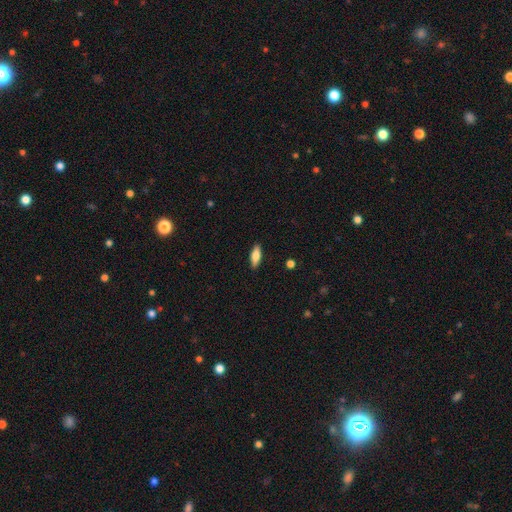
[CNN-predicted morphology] The model was most divided on "how rounded": in between: 66%, cigar-shaped: 31%, round: 2%. More confident: merging — none (89%); smooth or featured — smooth (76%).